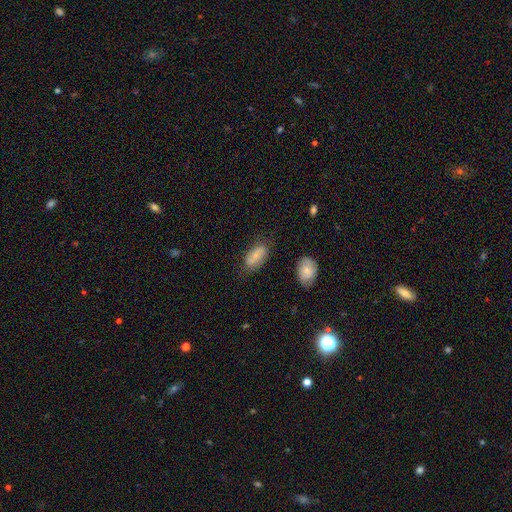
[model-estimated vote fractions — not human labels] This appears to be a smooth galaxy with no disk features (65%) that is in between round and cigar-shaped (92%). Merging: none (68%).